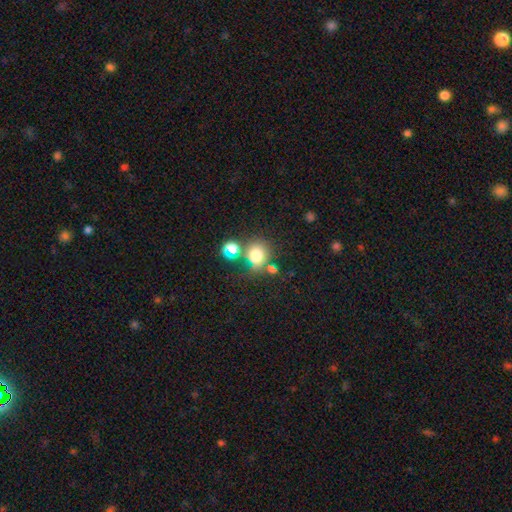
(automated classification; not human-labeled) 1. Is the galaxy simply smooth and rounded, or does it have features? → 74% smooth, 16% star or artifact, 10% featured or disk.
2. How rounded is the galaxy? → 77% round, 22% in between, 1% cigar-shaped.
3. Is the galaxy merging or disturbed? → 56% none, 24% merger, 13% minor disturbance, 7% major disturbance.